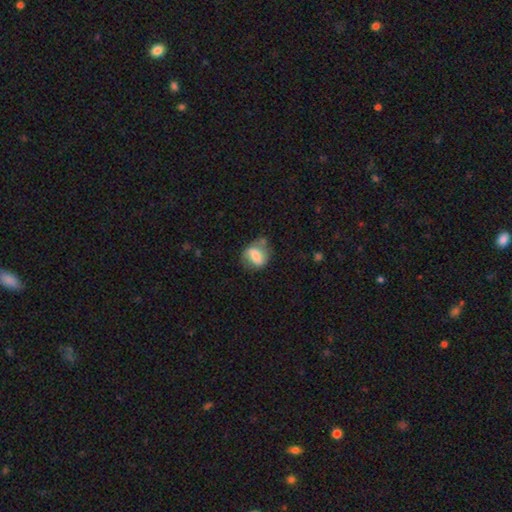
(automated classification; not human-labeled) Smooth or featured?
  - smooth: 59% *
  - featured or disk: 33%
  - star or artifact: 8%
How rounded?
  - in between: 52% *
  - round: 46%
  - cigar-shaped: 2%
Merging?
  - none: 55% *
  - minor disturbance: 26%
  - major disturbance: 11%
  - merger: 8%